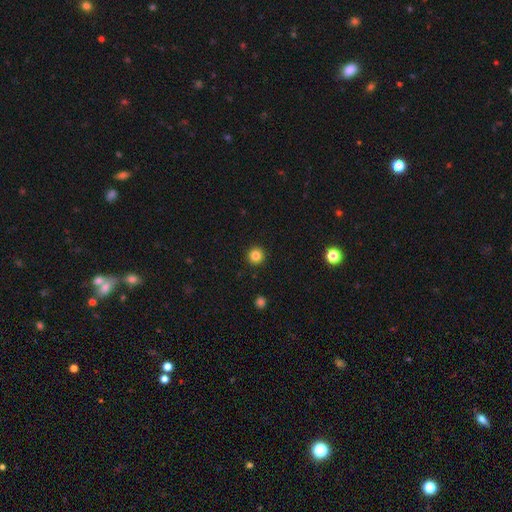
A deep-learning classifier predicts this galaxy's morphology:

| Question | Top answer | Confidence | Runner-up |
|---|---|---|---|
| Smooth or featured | smooth | 83% | star or artifact (12%) |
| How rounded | round | 96% | in between (3%) |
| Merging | none | 93% | minor disturbance (4%) |